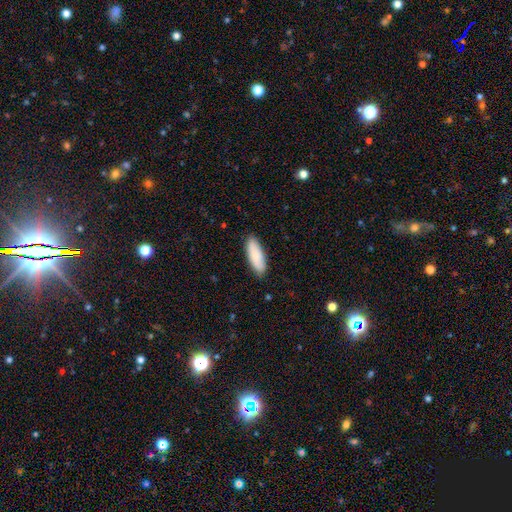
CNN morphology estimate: Q: Smooth or featured?
A: smooth (87%); runner-up: featured or disk (8%)
Q: How rounded?
A: in between (66%); runner-up: cigar-shaped (32%)
Q: Merging?
A: none (87%); runner-up: minor disturbance (10%)